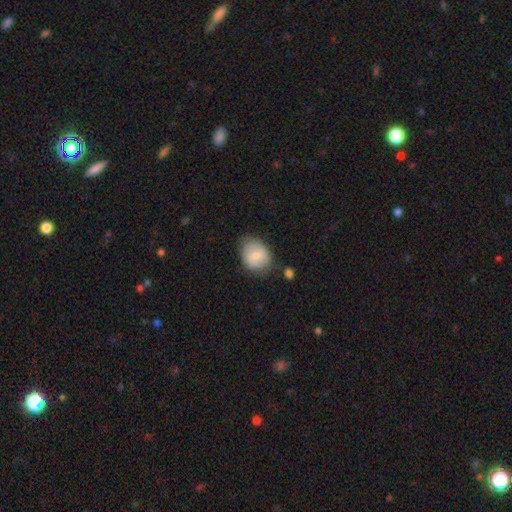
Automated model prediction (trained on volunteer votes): smooth-or-featured: smooth: 72% | featured or disk: 21% | star or artifact: 7%
  how-rounded: round: 50% | in between: 49% | cigar-shaped: 1%
  merging: none: 67% | minor disturbance: 24% | major disturbance: 6% | merger: 3%